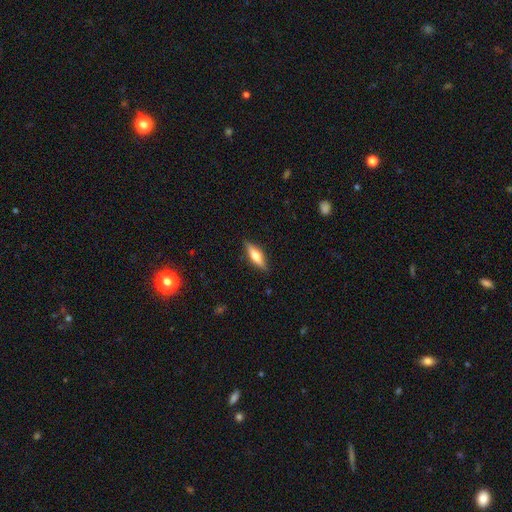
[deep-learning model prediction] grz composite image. It shows a smooth galaxy with no disk features (51%) that is cigar-shaped (61%). Merging: none (86%).